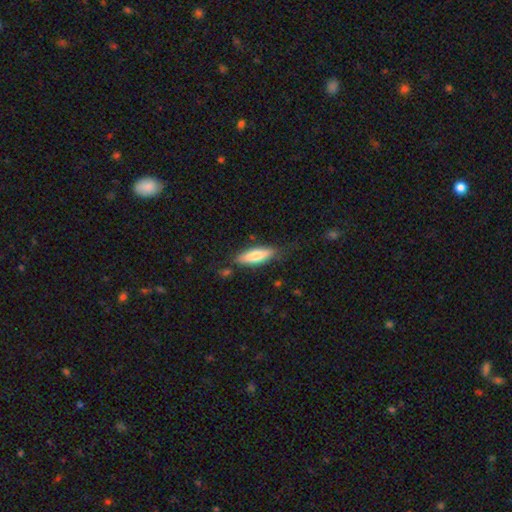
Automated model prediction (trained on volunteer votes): Overall: smooth (76%). How rounded: in between (51%; cigar-shaped 47%). Merging: none (74%).